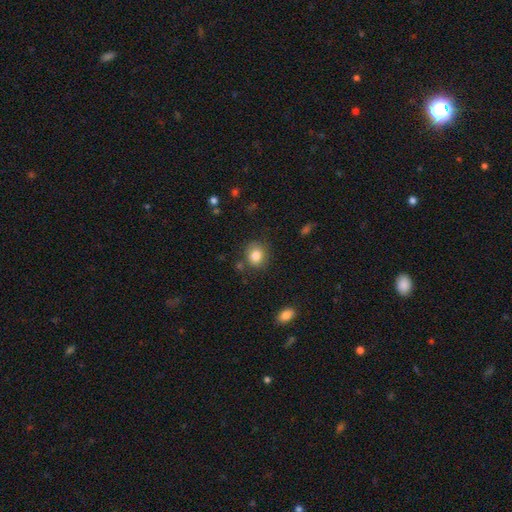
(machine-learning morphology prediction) smooth_or_featured: smooth (p=0.83) [alt: star or artifact p=0.09]
how_rounded: round (p=0.66) [alt: in between p=0.33]
merging: none (p=0.78) [alt: minor disturbance p=0.14]